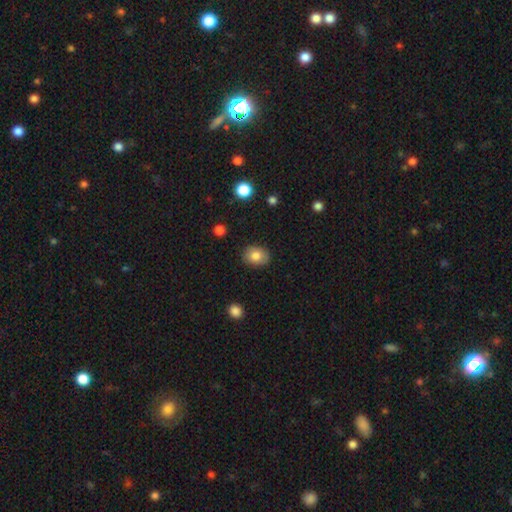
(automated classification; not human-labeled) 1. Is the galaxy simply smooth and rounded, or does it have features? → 82% smooth, 10% featured or disk, 9% star or artifact.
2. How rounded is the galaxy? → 59% in between, 40% round, 1% cigar-shaped.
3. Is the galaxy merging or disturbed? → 87% none, 10% minor disturbance, 2% major disturbance, 1% merger.